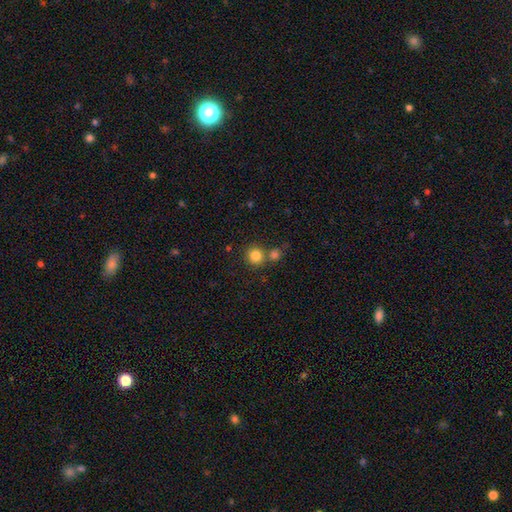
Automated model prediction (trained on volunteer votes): Smooth or featured: smooth — 83% (star or artifact — 12%)
How rounded: round — 93% (in between — 6%)
Merging: none — 70% (merger — 20%)